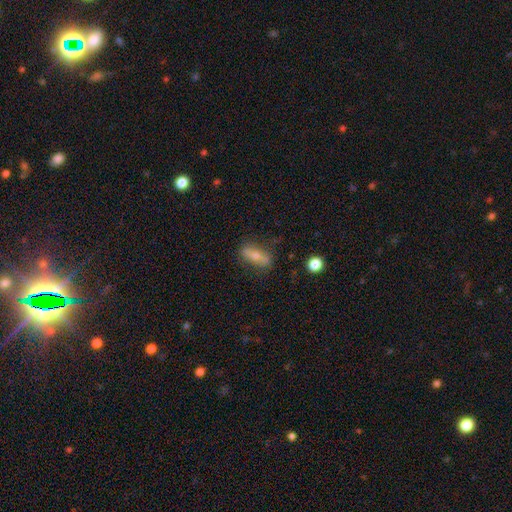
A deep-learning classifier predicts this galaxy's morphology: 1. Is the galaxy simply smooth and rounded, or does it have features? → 52% smooth, 39% featured or disk, 8% star or artifact.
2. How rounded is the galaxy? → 56% in between, 38% cigar-shaped, 6% round.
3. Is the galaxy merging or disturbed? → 75% none, 17% minor disturbance, 5% major disturbance, 3% merger.